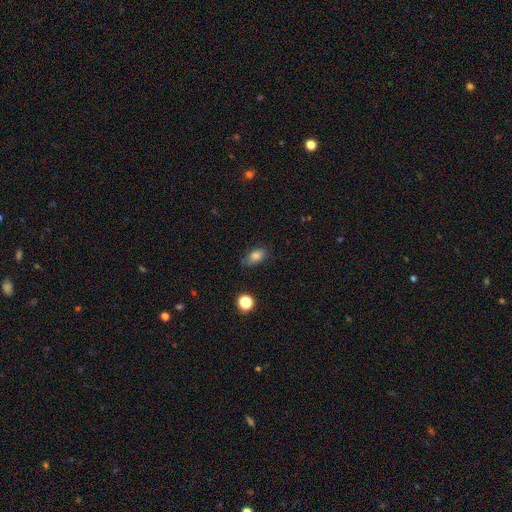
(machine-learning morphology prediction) type=smooth (82%); roundness=in between (86%); merging=none (72%).